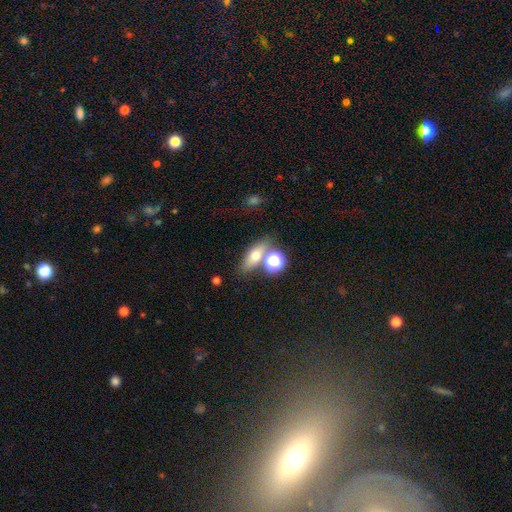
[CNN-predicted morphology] smooth 65%, featured or disk 20%, star or artifact 15%. Down the decision tree: how rounded — in between (56%); merging — none (62%).